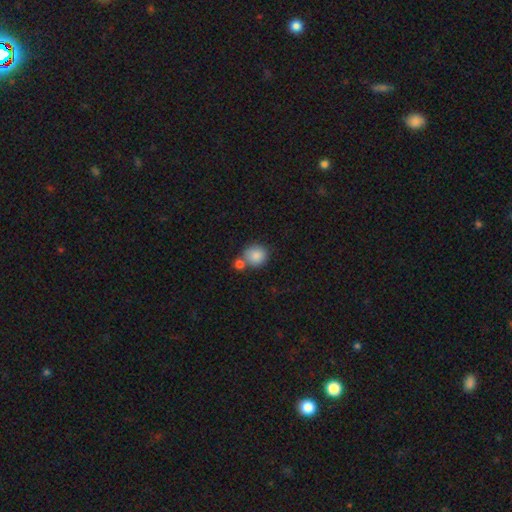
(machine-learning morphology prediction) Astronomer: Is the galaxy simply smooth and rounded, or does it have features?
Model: smooth — 86%.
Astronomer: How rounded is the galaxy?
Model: round — 86%.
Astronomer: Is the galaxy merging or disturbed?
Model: none — 55% (runner-up: merger, 30%).